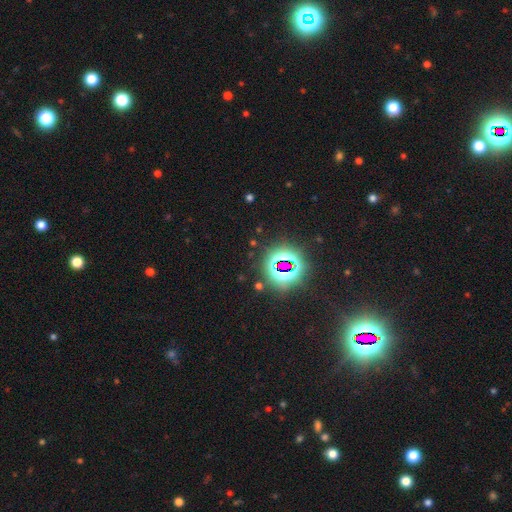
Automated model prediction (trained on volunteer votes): Smooth or featured? star or artifact (82%)